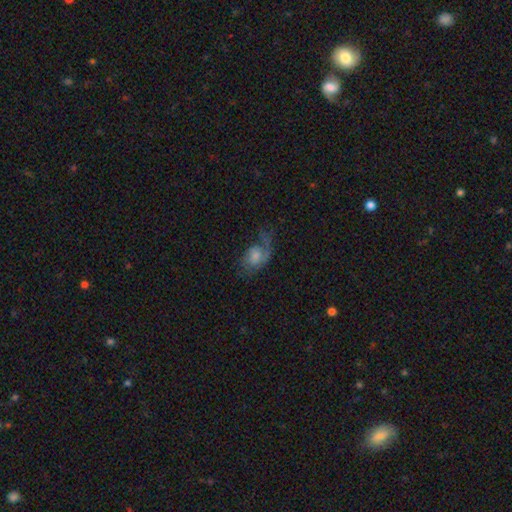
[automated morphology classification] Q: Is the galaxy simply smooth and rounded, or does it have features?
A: featured or disk — 59%.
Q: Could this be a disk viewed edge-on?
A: no — 96%.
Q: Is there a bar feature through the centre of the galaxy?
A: no — 67%.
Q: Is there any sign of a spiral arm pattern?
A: yes — 84%.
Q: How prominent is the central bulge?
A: moderate — 40%.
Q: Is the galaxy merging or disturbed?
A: none — 41%.